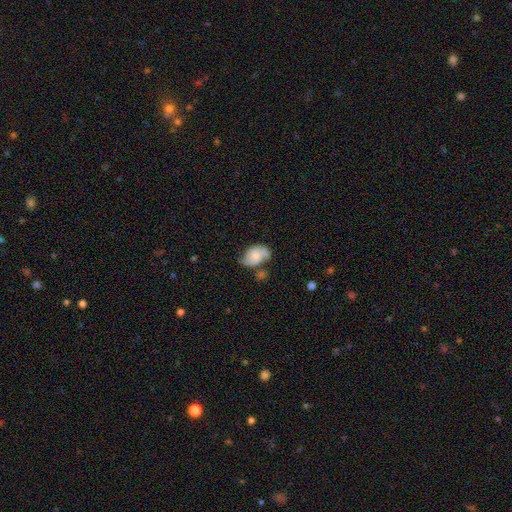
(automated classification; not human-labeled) Q: Smooth or featured?
A: smooth (52%); runner-up: featured or disk (40%)
Q: How rounded?
A: in between (87%); runner-up: round (11%)
Q: Merging?
A: none (39%); runner-up: minor disturbance (30%)